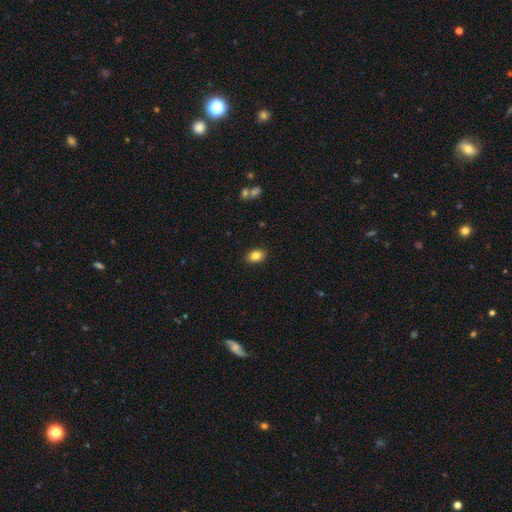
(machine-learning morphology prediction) The model was most divided on "how rounded": in between: 77%, round: 22%, cigar-shaped: 1%. More confident: merging — none (89%); smooth or featured — smooth (84%).